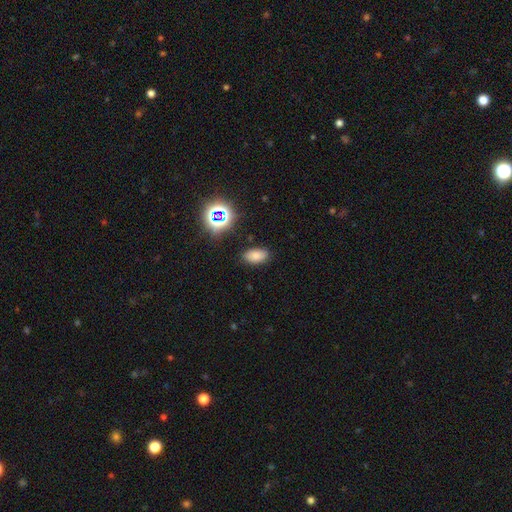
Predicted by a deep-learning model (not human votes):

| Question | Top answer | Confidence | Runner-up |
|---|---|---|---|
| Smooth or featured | smooth | 74% | star or artifact (18%) |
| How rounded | in between | 91% | round (7%) |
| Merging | none | 85% | minor disturbance (11%) |